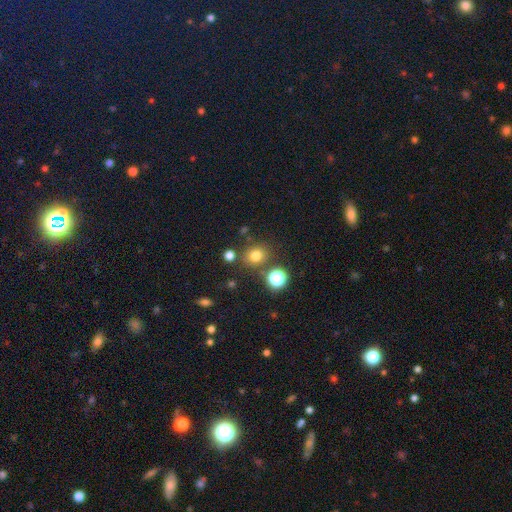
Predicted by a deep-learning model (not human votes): Morphology: type=smooth (74%); roundness=round (77%); merging=none (79%).